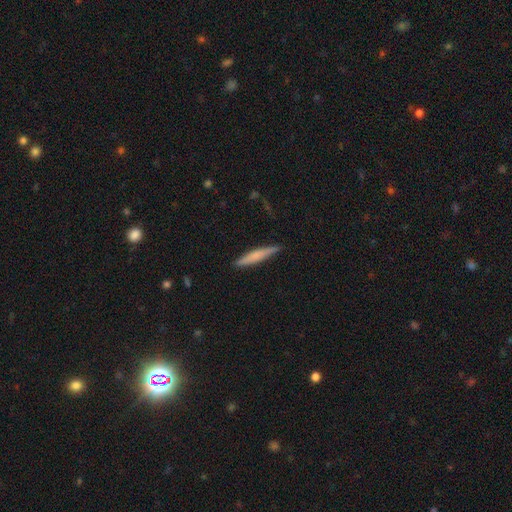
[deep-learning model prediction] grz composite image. It shows a smooth galaxy with no disk features (62%) that is cigar-shaped (93%). Merging: none (89%).